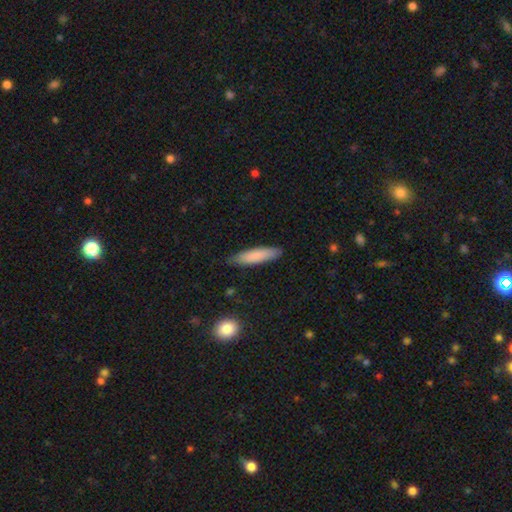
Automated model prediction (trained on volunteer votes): Q: Smooth or featured?
A: smooth (82%); runner-up: featured or disk (12%)
Q: How rounded?
A: cigar-shaped (75%); runner-up: in between (23%)
Q: Merging?
A: none (84%); runner-up: minor disturbance (12%)